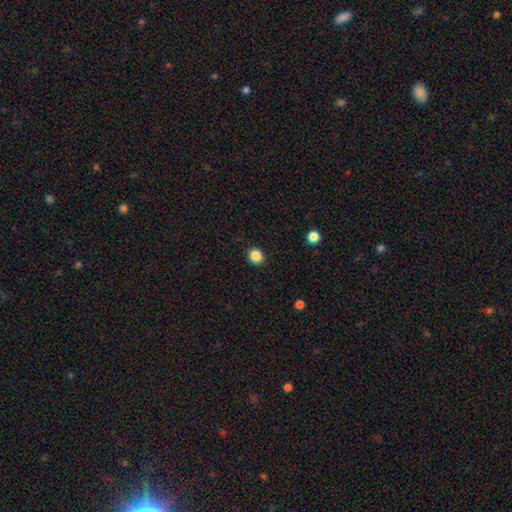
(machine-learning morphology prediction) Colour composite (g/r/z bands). It shows a smooth galaxy with no disk features (86%) that is round (72%). Merging: none (90%).